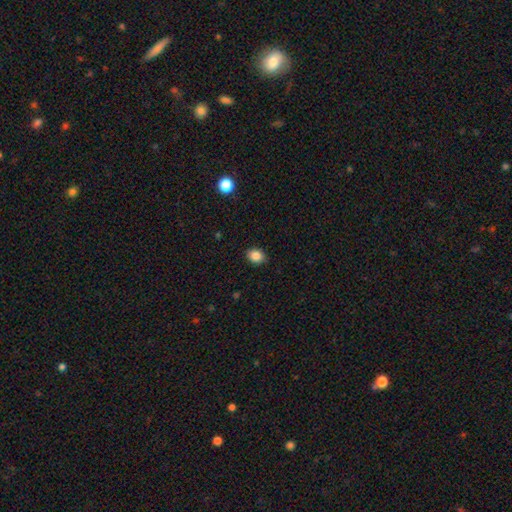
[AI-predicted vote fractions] This is clearly a smooth galaxy (86%). How rounded: possibly in between (56%). Merging: clearly none (87%).